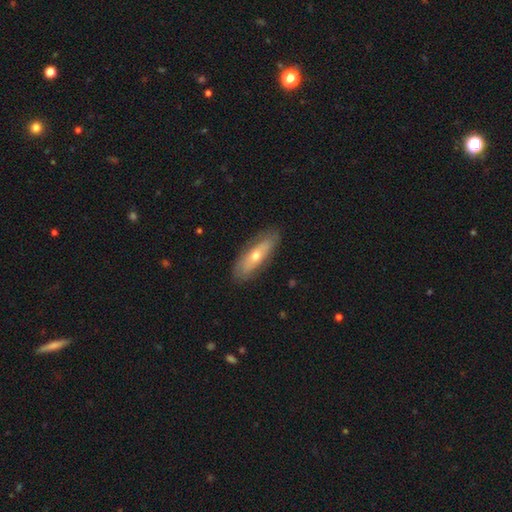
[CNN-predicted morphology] Smooth or featured? featured or disk (48%)
Merging? none (82%)